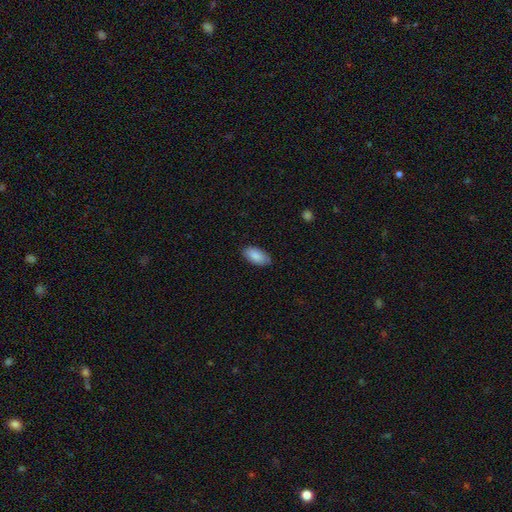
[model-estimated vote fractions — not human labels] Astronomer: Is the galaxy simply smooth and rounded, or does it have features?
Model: smooth — 88%.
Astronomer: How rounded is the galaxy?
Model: in between — 94%.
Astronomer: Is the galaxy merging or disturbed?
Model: none — 84%.